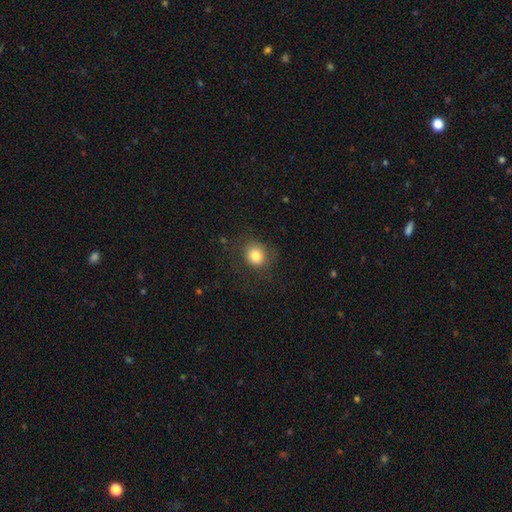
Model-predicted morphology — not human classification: smooth-or-featured: smooth: 81% | star or artifact: 11% | featured or disk: 8%
  how-rounded: round: 81% | in between: 18% | cigar-shaped: 1%
  merging: none: 80% | minor disturbance: 12% | major disturbance: 7% | merger: 1%